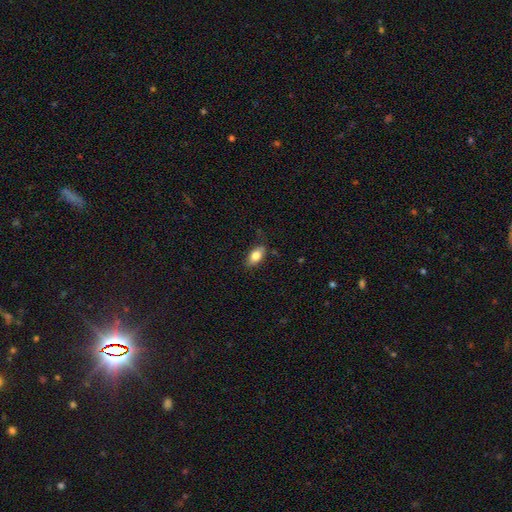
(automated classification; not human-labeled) Morphology: type=smooth (81%); roundness=in between (89%); merging=none (82%).